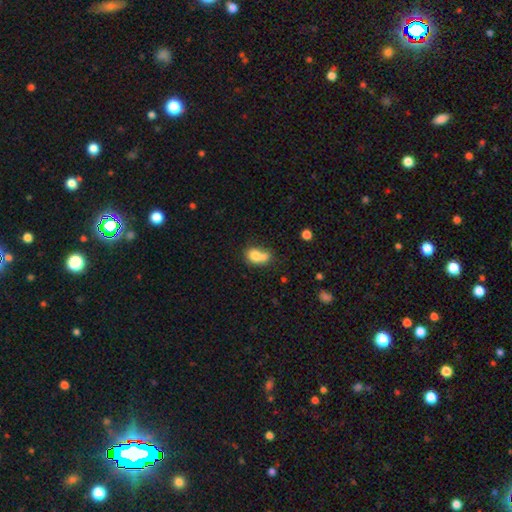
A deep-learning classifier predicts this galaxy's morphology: Smooth or featured: smooth — 73% (featured or disk — 17%)
How rounded: round — 51% (in between — 48%)
Merging: merger — 62% (none — 23%)